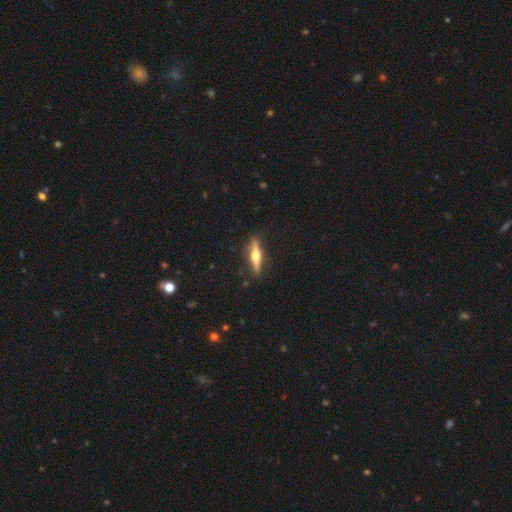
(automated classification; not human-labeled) Smooth or featured?
  - featured or disk: 68% *
  - smooth: 26%
  - star or artifact: 5%
Edge-on disk?
  - yes: 97% *
  - no: 3%
Edge-on bulge?
  - rounded: 95% *
  - boxy: 3%
  - none: 2%
Merging?
  - none: 89% *
  - minor disturbance: 8%
  - major disturbance: 2%
  - merger: 1%